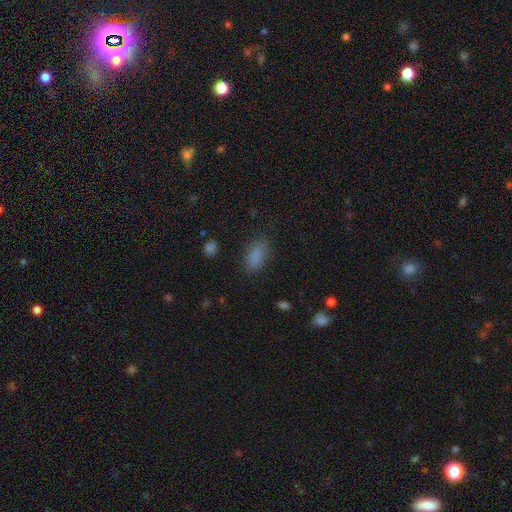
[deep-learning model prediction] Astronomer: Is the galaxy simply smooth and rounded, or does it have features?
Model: smooth — 85%.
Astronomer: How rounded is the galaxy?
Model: in between — 89%.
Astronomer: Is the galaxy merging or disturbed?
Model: none — 80%.